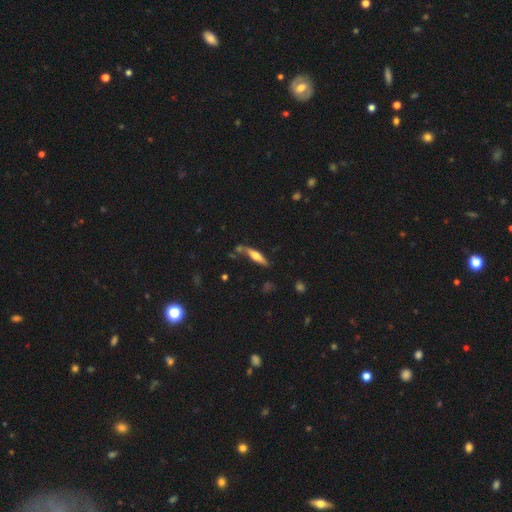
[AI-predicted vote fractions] This appears to be a featured or disk galaxy (51%) viewed edge-on (93%). Merging: none (69%).